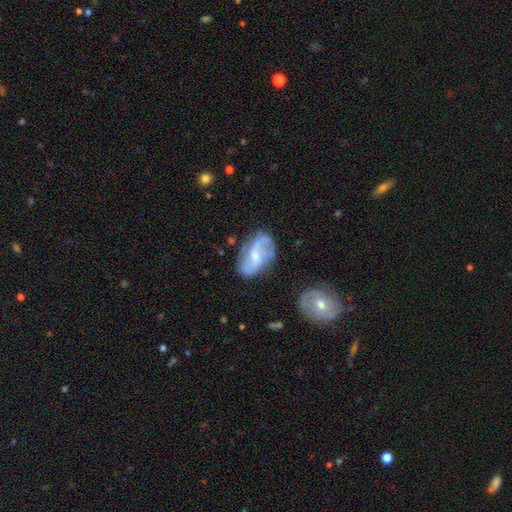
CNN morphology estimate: Q: Smooth or featured?
A: featured or disk (72%); runner-up: smooth (21%)
Q: Edge-on disk?
A: no (96%); runner-up: yes (4%)
Q: Bar?
A: weak (49%); runner-up: no (37%)
Q: Spiral arms?
A: yes (86%); runner-up: no (14%)
Q: Spiral winding?
A: loose (53%); runner-up: medium (35%)
Q: Spiral arm count?
A: 2 (75%); runner-up: can't tell (14%)
Q: Bulge size?
A: small (50%); runner-up: moderate (39%)
Q: Merging?
A: none (64%); runner-up: minor disturbance (22%)